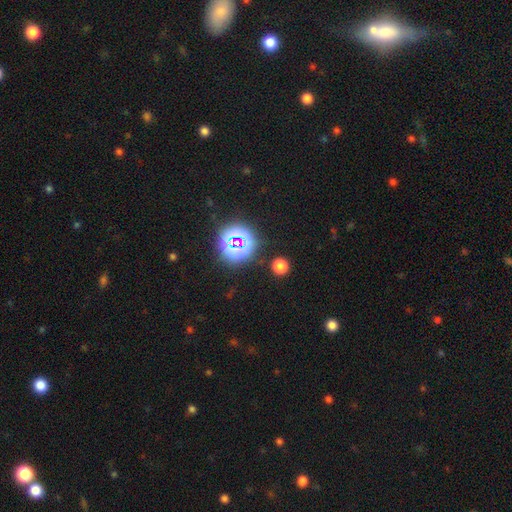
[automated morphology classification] Overall: star or artifact (79%).